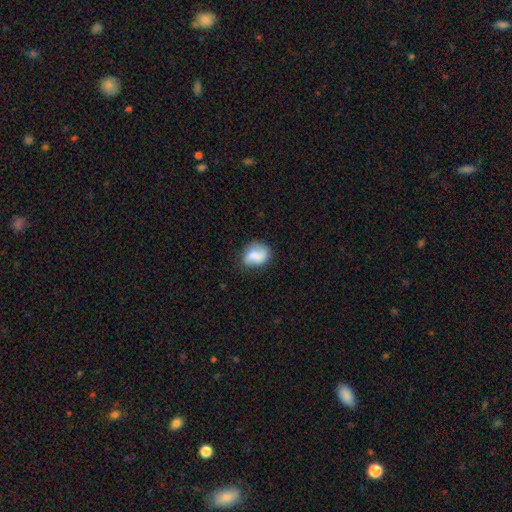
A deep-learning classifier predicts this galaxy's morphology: Overall: smooth (61%; featured or disk 30%). How rounded: in between (58%; round 41%). Merging: none (59%; minor disturbance 27%).